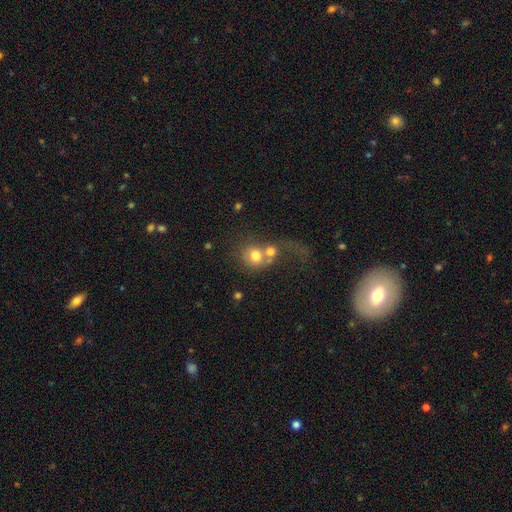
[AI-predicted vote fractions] This is likely a smooth galaxy (69%). How rounded: likely round (75%). Merging: likely merger (63%).